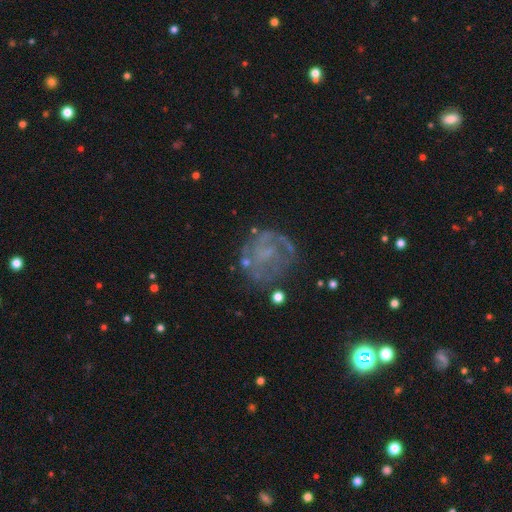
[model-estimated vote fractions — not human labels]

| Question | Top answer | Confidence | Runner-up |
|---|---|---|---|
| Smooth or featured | featured or disk | 68% | smooth (18%) |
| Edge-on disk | no | 98% | yes (2%) |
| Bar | no | 69% | weak (25%) |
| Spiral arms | yes | 68% | no (32%) |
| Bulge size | none | 57% | small (30%) |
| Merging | none | 59% | minor disturbance (19%) |